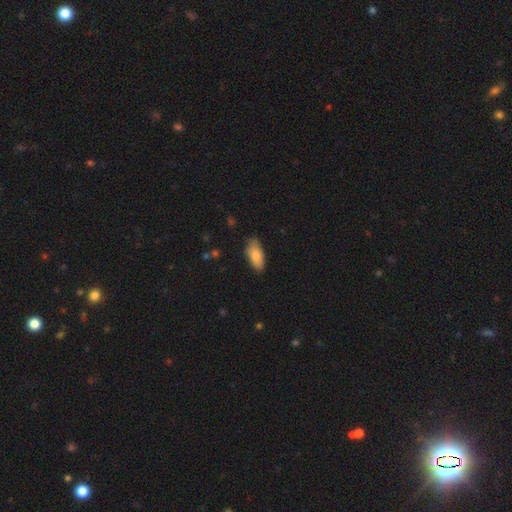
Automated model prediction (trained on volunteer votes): Q: Smooth or featured?
A: smooth (84%); runner-up: featured or disk (10%)
Q: How rounded?
A: in between (87%); runner-up: cigar-shaped (11%)
Q: Merging?
A: none (74%); runner-up: minor disturbance (21%)